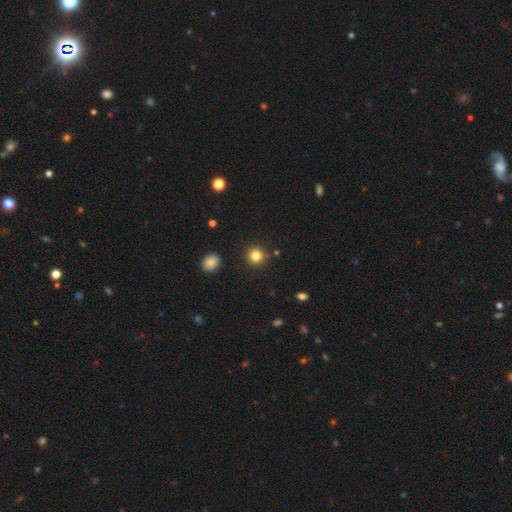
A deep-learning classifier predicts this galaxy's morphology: This is clearly a smooth galaxy (83%). How rounded: clearly round (92%). Merging: clearly none (89%).